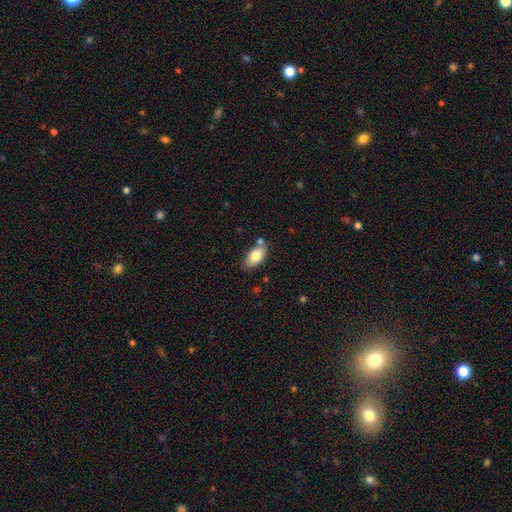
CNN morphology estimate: A smooth galaxy with no disk features (80%) that is in between round and cigar-shaped (92%). Merging: none (67%).